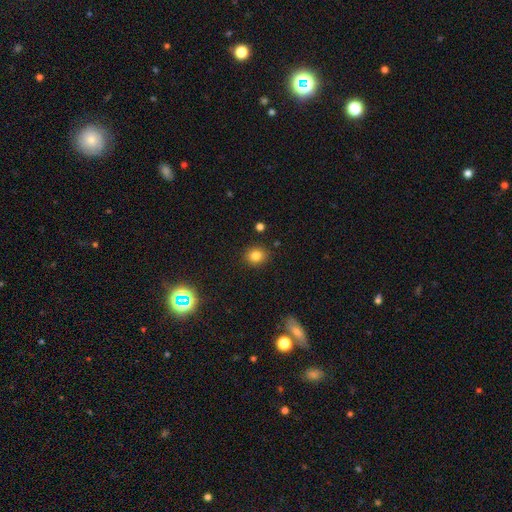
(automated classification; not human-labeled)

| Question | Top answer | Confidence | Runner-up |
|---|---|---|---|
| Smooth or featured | smooth | 81% | star or artifact (13%) |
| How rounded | round | 80% | in between (19%) |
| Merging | none | 88% | minor disturbance (8%) |